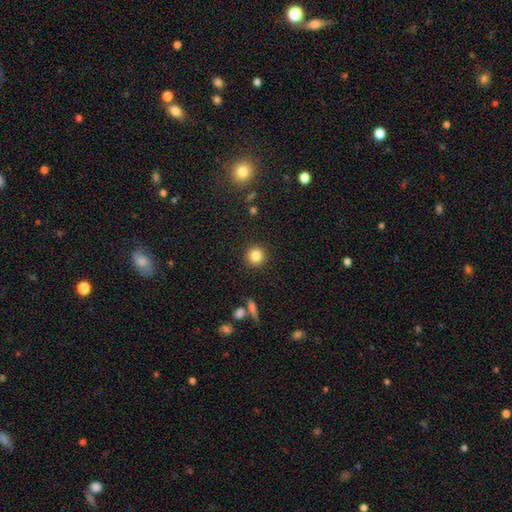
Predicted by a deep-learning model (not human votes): smooth-or-featured: smooth: 84% | star or artifact: 11% | featured or disk: 6%
  how-rounded: round: 94% | in between: 5% | cigar-shaped: 1%
  merging: none: 91% | minor disturbance: 5% | major disturbance: 2% | merger: 1%